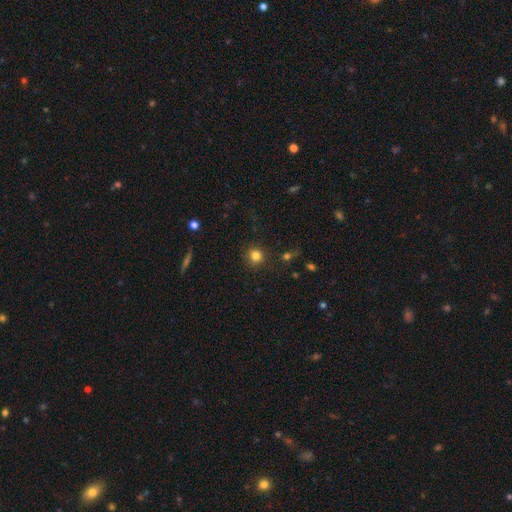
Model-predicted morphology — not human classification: The model was most divided on "smooth or featured": smooth: 82%, star or artifact: 13%, featured or disk: 5%. More confident: how rounded — round (89%); merging — none (86%).